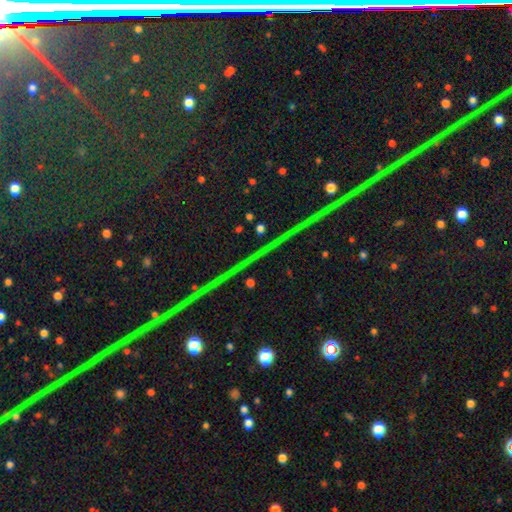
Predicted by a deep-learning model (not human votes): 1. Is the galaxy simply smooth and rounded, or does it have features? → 85% star or artifact, 8% featured or disk, 7% smooth.